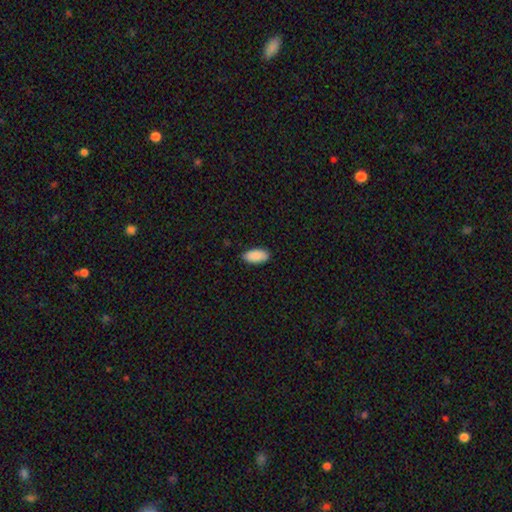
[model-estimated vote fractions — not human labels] Overall: smooth (91%). How rounded: in between (94%). Merging: none (87%).